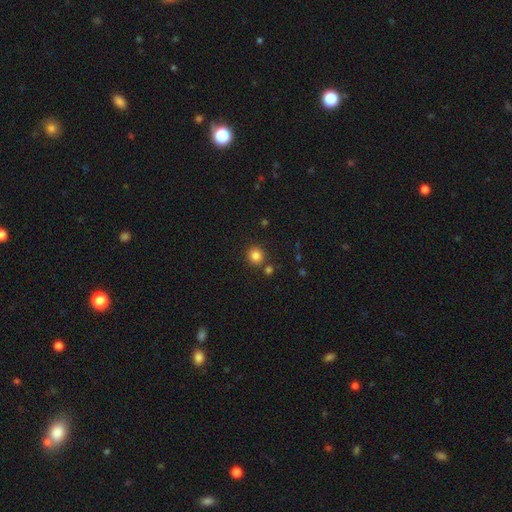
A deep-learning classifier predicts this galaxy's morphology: The model was most divided on "smooth or featured": smooth: 83%, star or artifact: 12%, featured or disk: 5%. More confident: how rounded — round (91%); merging — none (82%).